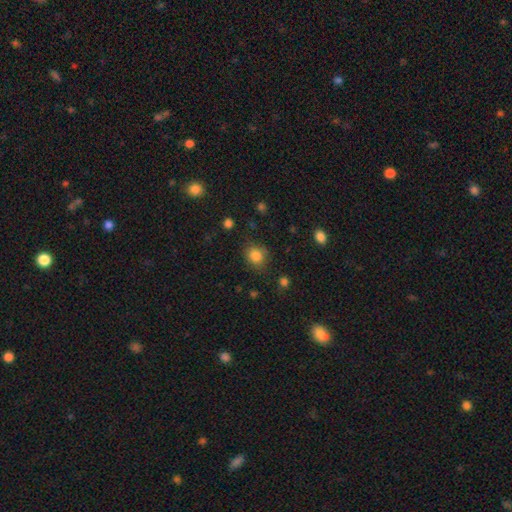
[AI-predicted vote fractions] Smooth or featured? smooth (84%)
How rounded? round (72%)
Merging? none (77%)